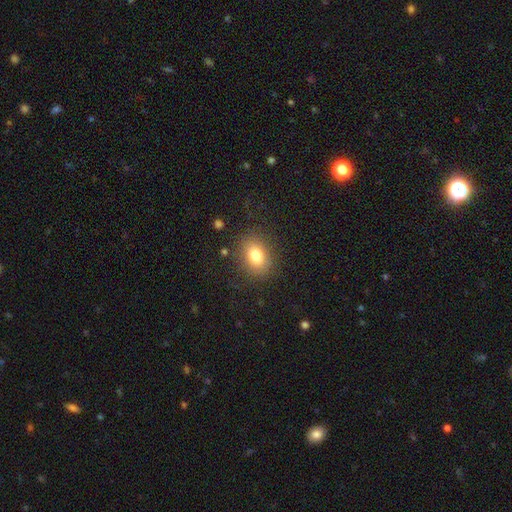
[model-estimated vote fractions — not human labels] Q: Smooth or featured?
A: smooth (79%); runner-up: star or artifact (10%)
Q: How rounded?
A: in between (63%); runner-up: round (36%)
Q: Merging?
A: none (84%); runner-up: minor disturbance (11%)